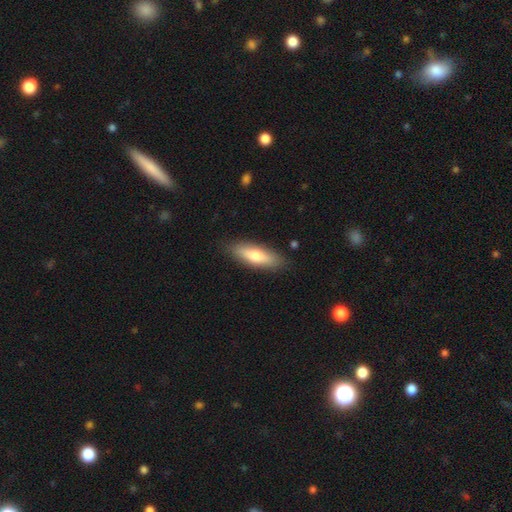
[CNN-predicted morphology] smooth 66%, featured or disk 28%, star or artifact 6%. Down the decision tree: how rounded — cigar-shaped (51%); merging — none (86%).